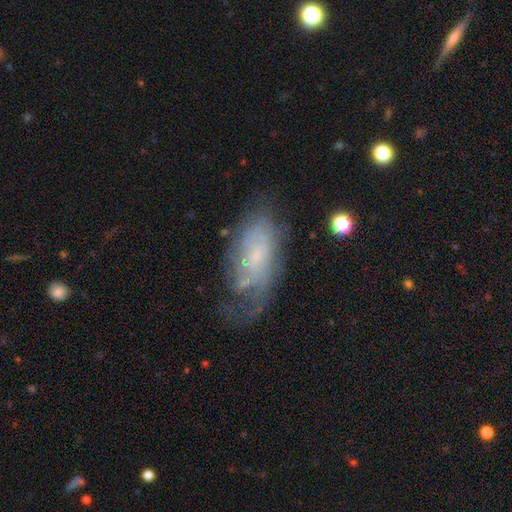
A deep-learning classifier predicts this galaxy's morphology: Q: Smooth or featured?
A: featured or disk (67%); runner-up: smooth (24%)
Q: Edge-on disk?
A: no (93%); runner-up: yes (7%)
Q: Bar?
A: no (66%); runner-up: weak (29%)
Q: Spiral arms?
A: yes (79%); runner-up: no (21%)
Q: Bulge size?
A: small (63%); runner-up: none (20%)
Q: Merging?
A: none (47%); runner-up: minor disturbance (26%)